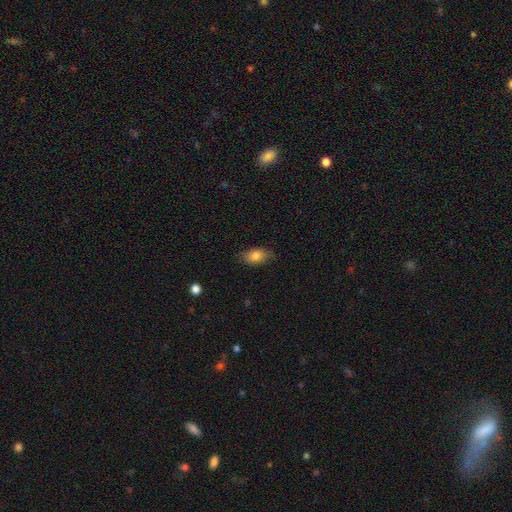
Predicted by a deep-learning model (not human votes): Morphology: type=smooth (83%); roundness=in between (88%); merging=none (80%).